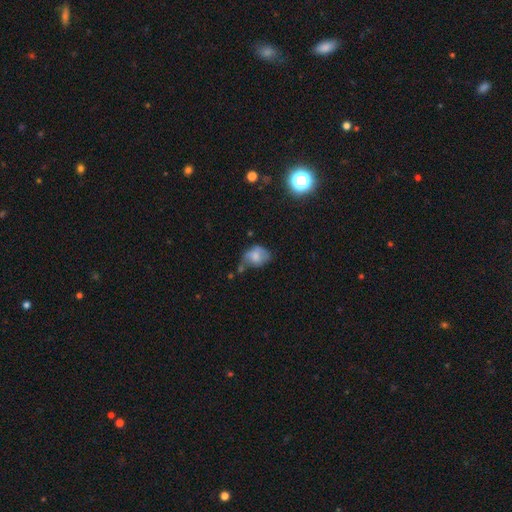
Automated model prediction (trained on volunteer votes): Smooth or featured: smooth — 63% (featured or disk — 26%)
How rounded: in between — 64% (round — 34%)
Merging: minor disturbance — 35% (none — 32%)